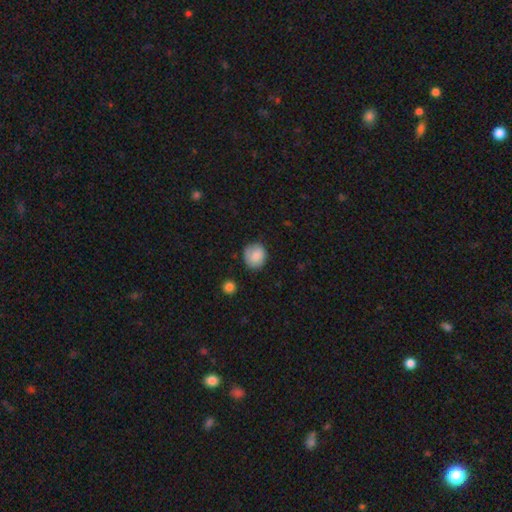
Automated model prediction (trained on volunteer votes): smooth 83%, featured or disk 10%, star or artifact 8%. Down the decision tree: how rounded — round (72%); merging — none (74%).